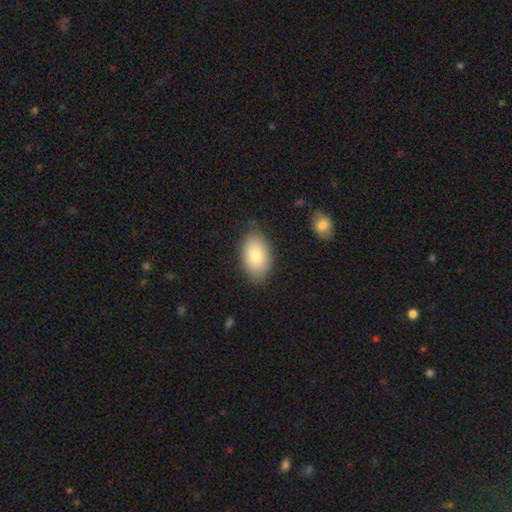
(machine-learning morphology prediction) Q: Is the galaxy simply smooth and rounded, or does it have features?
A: smooth — 79%.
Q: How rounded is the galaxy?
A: in between — 91%.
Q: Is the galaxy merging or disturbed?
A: none — 81%.